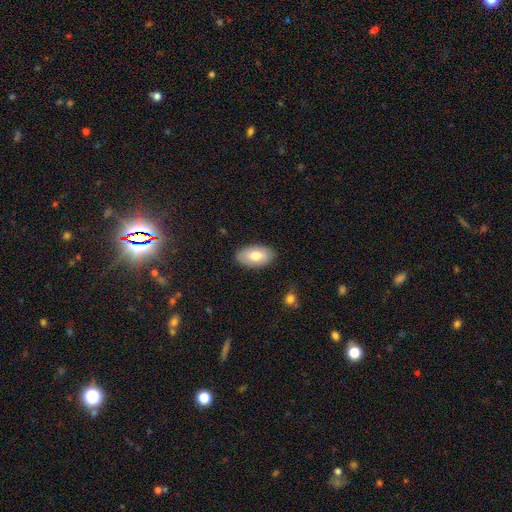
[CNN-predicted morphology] Overall: smooth (74%). How rounded: in between (95%). Merging: none (87%).